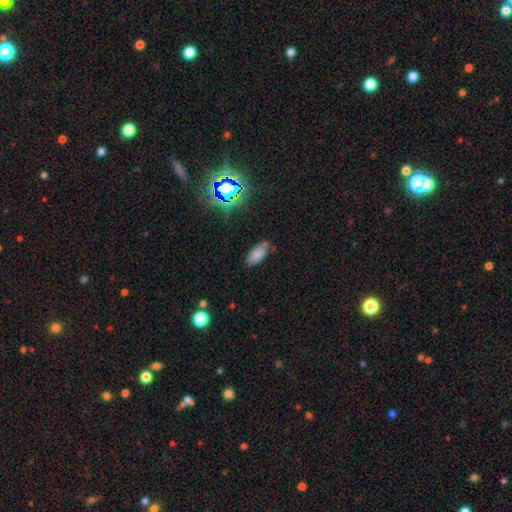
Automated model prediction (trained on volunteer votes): This is likely a smooth galaxy (78%). How rounded: clearly in between (88%). Merging: likely none (72%).